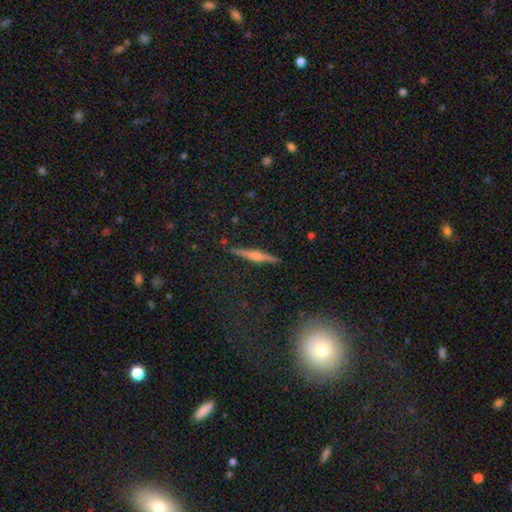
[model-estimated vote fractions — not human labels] smooth-or-featured: featured or disk: 72% | smooth: 20% | star or artifact: 9%
  disk-edge-on: yes: 98% | no: 2%
    edge-on-bulge: rounded: 82% | boxy: 11% | none: 7%
  merging: none: 90% | minor disturbance: 7% | major disturbance: 2% | merger: 1%